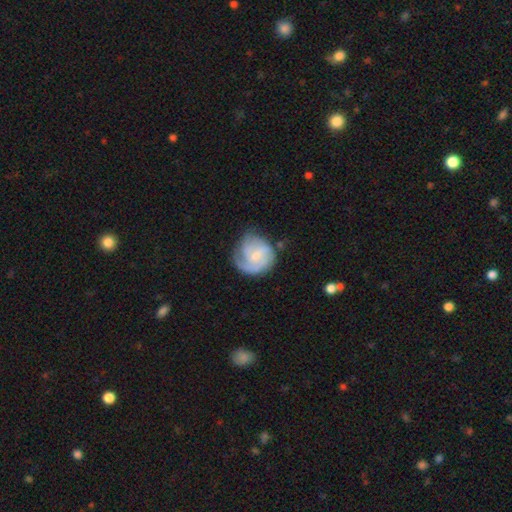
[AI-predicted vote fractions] Smooth or featured?
  - featured or disk: 67% *
  - smooth: 27%
  - star or artifact: 6%
Edge-on disk?
  - no: 98% *
  - yes: 2%
Bar?
  - weak: 47% *
  - no: 46%
  - strong: 7%
Spiral arms?
  - yes: 88% *
  - no: 12%
Spiral winding?
  - tight: 49% *
  - medium: 36%
  - loose: 15%
Spiral arm count?
  - can't tell: 30% *
  - 2: 29%
  - 3: 19%
  - 1: 15%
  - 4: 4%
  - more than 4: 3%
Bulge size?
  - small: 54% *
  - moderate: 36%
  - none: 7%
  - large: 2%
  - dominant: 1%
Merging?
  - none: 57% *
  - minor disturbance: 25%
  - major disturbance: 15%
  - merger: 3%